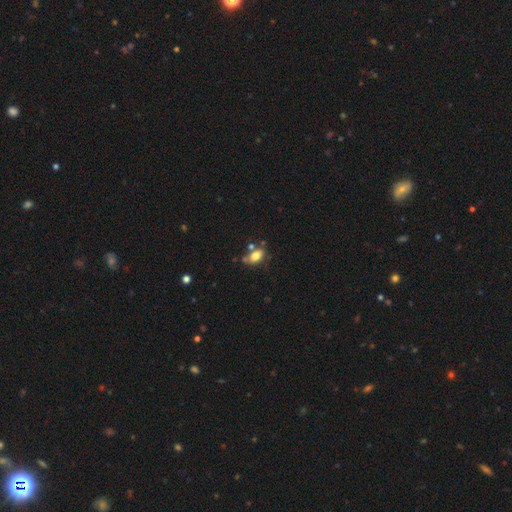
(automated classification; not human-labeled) Smooth or featured?
  - smooth: 75% *
  - featured or disk: 15%
  - star or artifact: 10%
How rounded?
  - in between: 82% *
  - round: 15%
  - cigar-shaped: 3%
Merging?
  - none: 52% *
  - merger: 22%
  - minor disturbance: 20%
  - major disturbance: 7%